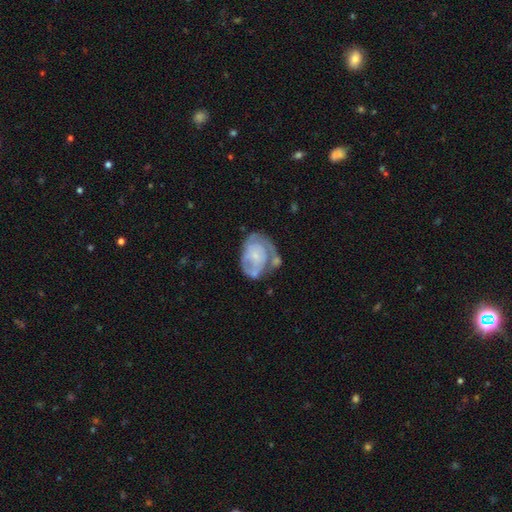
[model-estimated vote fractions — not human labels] A featured or disk galaxy (70%) with no bar (75%), tight (55%) spiral arms (79%) and a small central bulge (65%).

Vote fractions:
- Smooth or featured? featured or disk: 70% / smooth: 23% / star or artifact: 7%
- Edge-on disk? no: 98% / yes: 2%
- Bar? no: 75% / weak: 21% / strong: 4%
- Spiral arms? yes: 79% / no: 21%
- Spiral winding? tight: 55% / medium: 32% / loose: 13%
- Spiral arm count? can't tell: 35% / 2: 33% / 1: 15% / 3: 11% / 4: 3% / more than 4: 3%
- Bulge size? small: 65% / moderate: 17% / none: 15% / large: 2% / dominant: 1%
- Merging? none: 38% / minor disturbance: 25% / major disturbance: 23% / merger: 15%